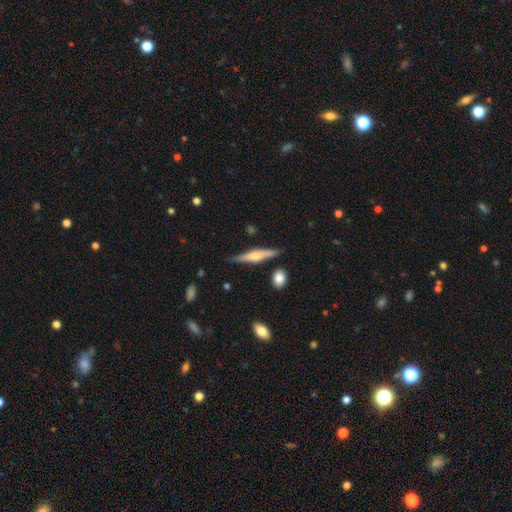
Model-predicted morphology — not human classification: A featured or disk galaxy (59%) viewed edge-on (96%) with a rounded central bulge (75%). Merging: none (82%).